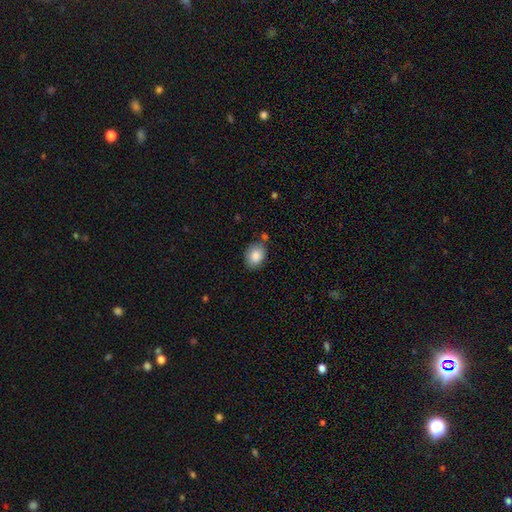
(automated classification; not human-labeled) Q: Smooth or featured?
A: smooth (85%); runner-up: star or artifact (8%)
Q: How rounded?
A: in between (61%); runner-up: round (38%)
Q: Merging?
A: none (73%); runner-up: minor disturbance (17%)